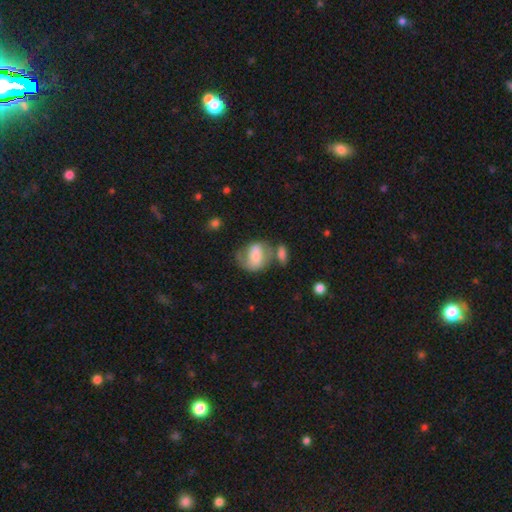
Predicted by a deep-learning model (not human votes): This appears to be a smooth galaxy with no disk features (50%). Merging: none (35%).